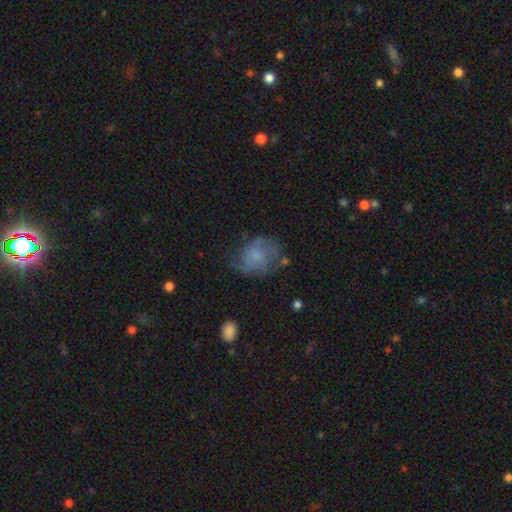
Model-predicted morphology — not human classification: This is possibly a featured or disk galaxy (50%). Merging: possibly none (50%).